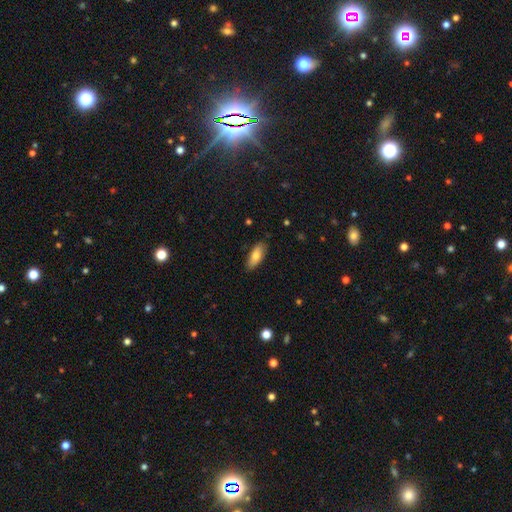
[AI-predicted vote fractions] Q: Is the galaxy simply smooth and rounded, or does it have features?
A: smooth — 79%.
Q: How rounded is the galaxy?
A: in between — 75%.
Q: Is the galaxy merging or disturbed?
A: none — 84%.